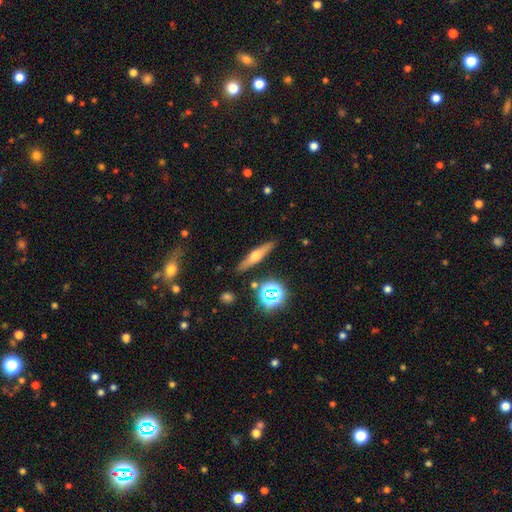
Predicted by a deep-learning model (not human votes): Morphology: type=featured or disk (50%); edge-on=yes (92%); merging=none (88%).